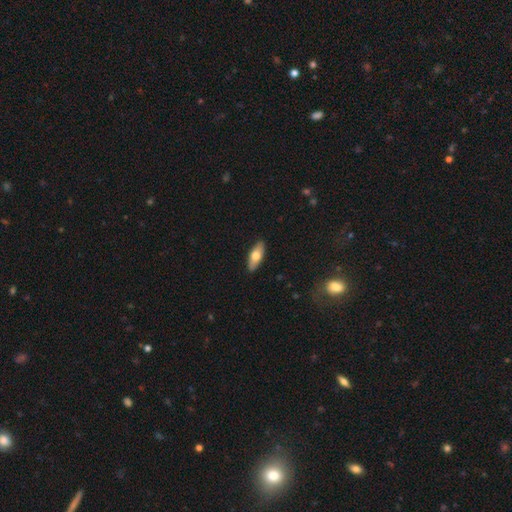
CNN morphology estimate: Q: Smooth or featured?
A: smooth (66%); runner-up: featured or disk (28%)
Q: How rounded?
A: in between (70%); runner-up: cigar-shaped (27%)
Q: Merging?
A: none (89%); runner-up: minor disturbance (8%)